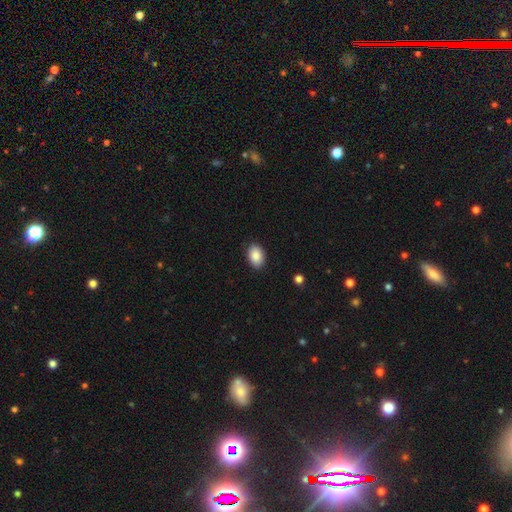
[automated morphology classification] Smooth or featured? smooth (88%)
How rounded? in between (87%)
Merging? none (87%)